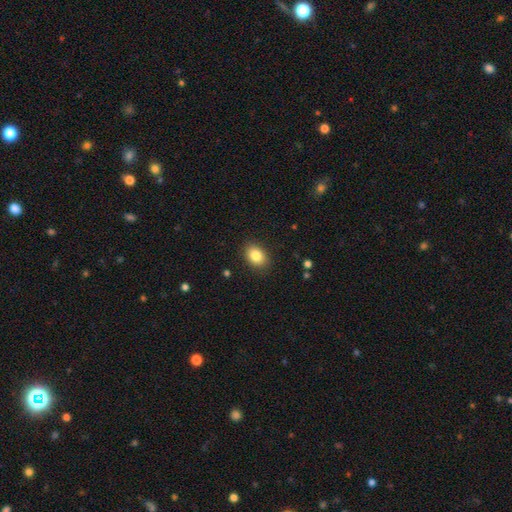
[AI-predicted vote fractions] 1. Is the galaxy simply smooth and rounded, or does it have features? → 85% smooth, 9% star or artifact, 7% featured or disk.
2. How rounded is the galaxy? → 70% in between, 29% round, 1% cigar-shaped.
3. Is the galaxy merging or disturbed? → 88% none, 9% minor disturbance, 2% major disturbance, 1% merger.